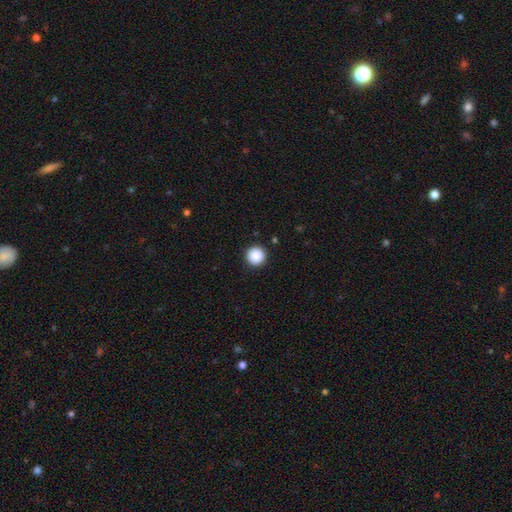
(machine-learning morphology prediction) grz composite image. It shows a smooth galaxy with no disk features (89%) that is round (96%). Merging: none (93%).